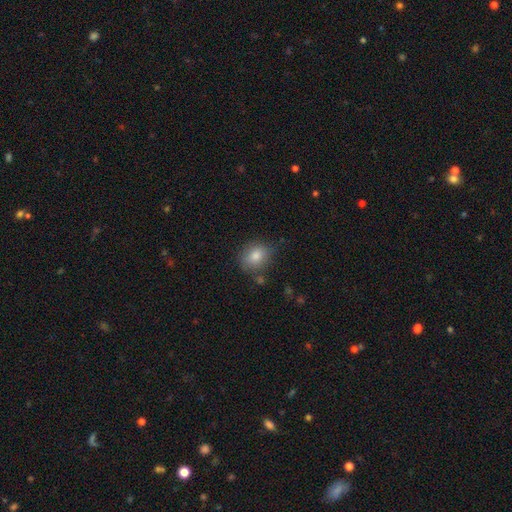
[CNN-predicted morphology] smooth 81%, star or artifact 10%, featured or disk 9%. Down the decision tree: how rounded — round (55%); merging — none (73%).